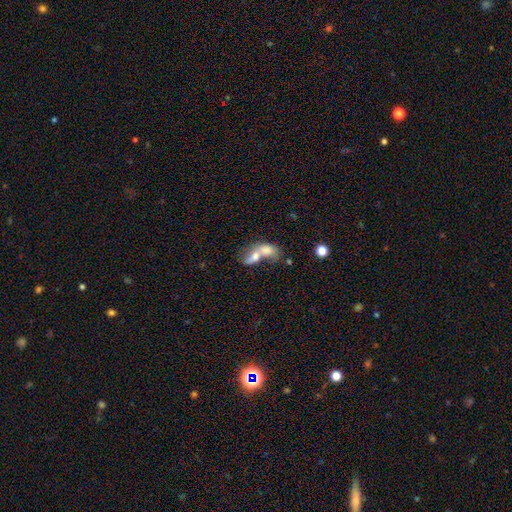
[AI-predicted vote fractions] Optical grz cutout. It shows a smooth galaxy with no disk features (63%) that is in between round and cigar-shaped (73%). Merging: merger (78%).